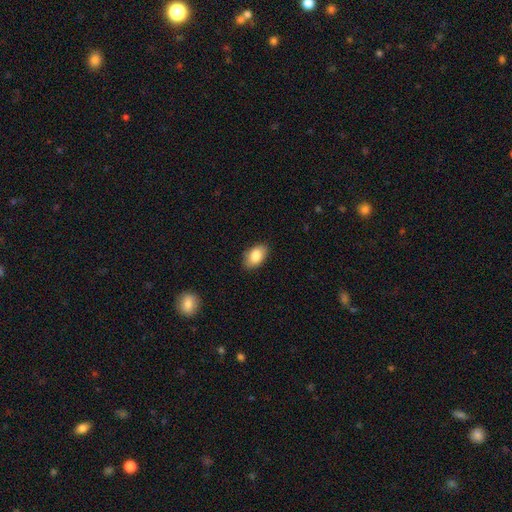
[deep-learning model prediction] This appears to be a smooth galaxy with no disk features (85%) that is in between round and cigar-shaped (92%). Merging: none (86%).